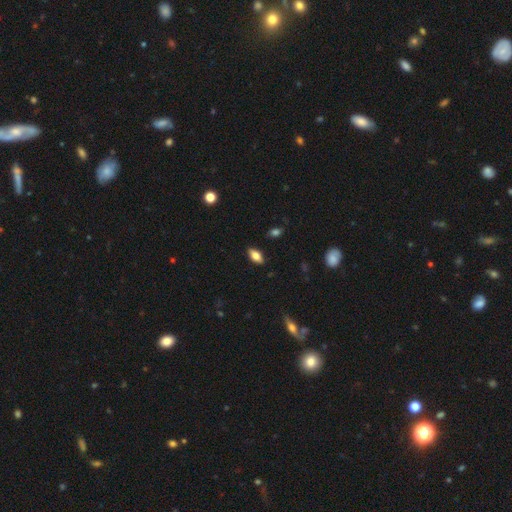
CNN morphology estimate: smooth_or_featured: smooth (p=0.76) [alt: featured or disk p=0.16]
how_rounded: in between (p=0.89) [alt: cigar-shaped p=0.08]
merging: none (p=0.87) [alt: minor disturbance p=0.10]